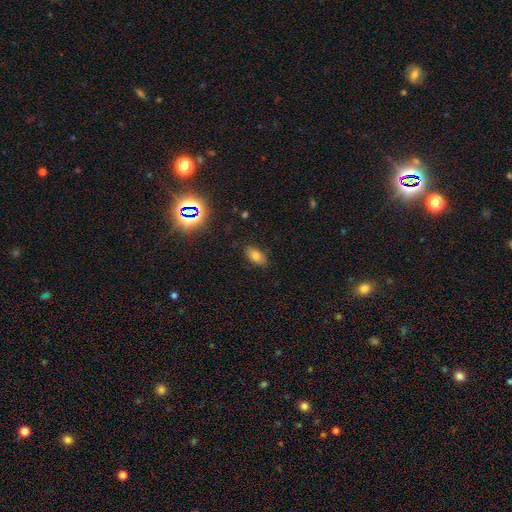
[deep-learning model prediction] A smooth galaxy with no disk features (72%) that is in between round and cigar-shaped (90%). Merging: none (85%).